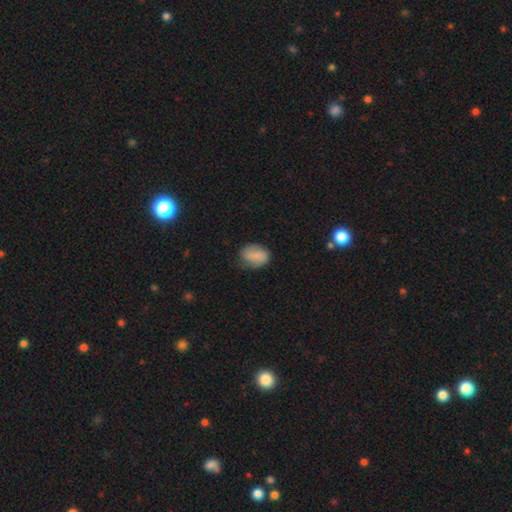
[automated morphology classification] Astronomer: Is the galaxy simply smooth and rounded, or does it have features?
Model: smooth — 70%.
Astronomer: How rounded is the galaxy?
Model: in between — 70%.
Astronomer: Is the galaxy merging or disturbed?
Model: none — 57%.